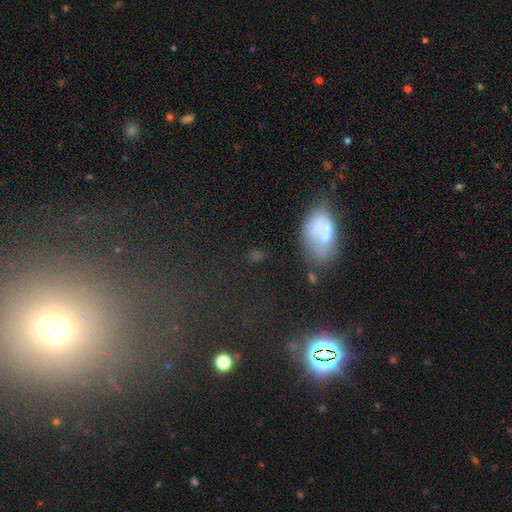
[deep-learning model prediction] This appears to be a smooth galaxy with no disk features (47%). Merging: none (61%).